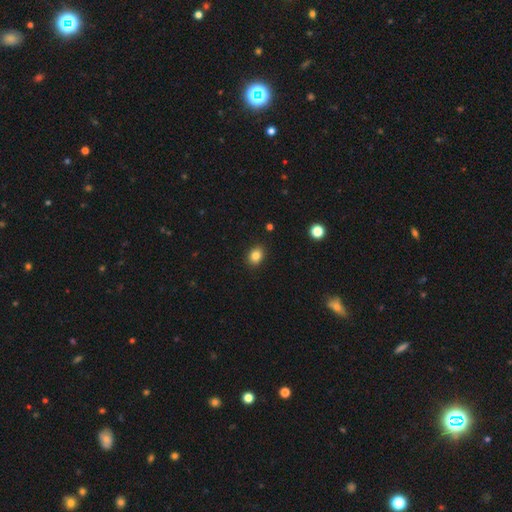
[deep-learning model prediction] A smooth galaxy with no disk features (84%) that is in between round and cigar-shaped (56%). Merging: none (89%).